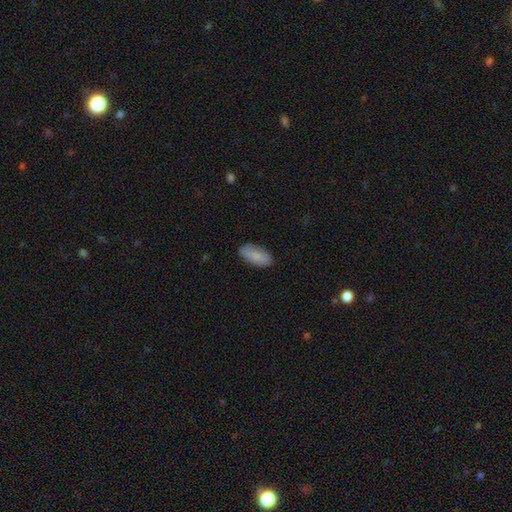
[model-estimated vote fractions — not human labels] A smooth galaxy with no disk features (86%) that is in between round and cigar-shaped (91%). Merging: none (86%).